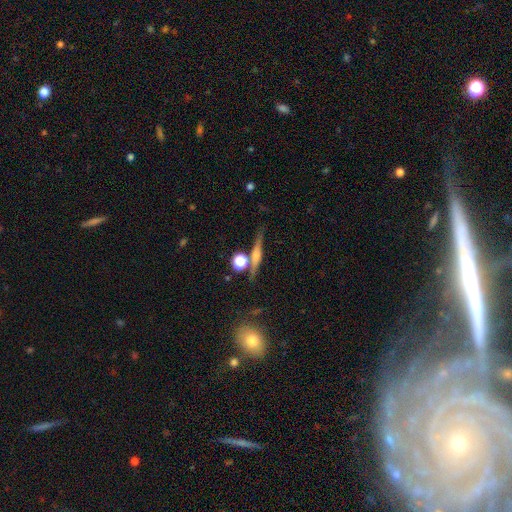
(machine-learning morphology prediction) featured or disk 66%, smooth 23%, star or artifact 11%. Down the decision tree: edge-on disk — yes (95%); edge-on bulge — rounded (76%); merging — none (78%).